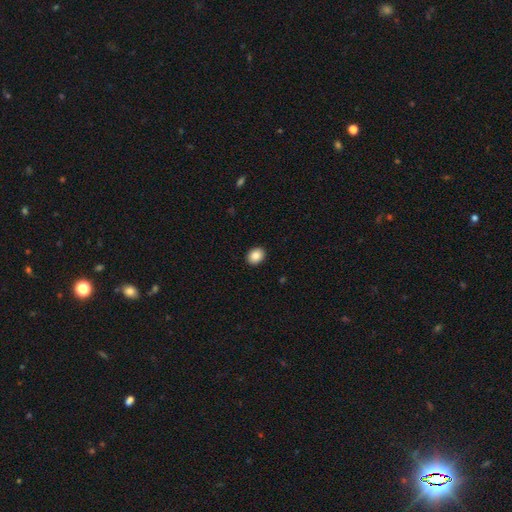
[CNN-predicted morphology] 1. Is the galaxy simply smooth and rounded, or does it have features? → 88% smooth, 8% star or artifact, 4% featured or disk.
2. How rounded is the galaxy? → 53% in between, 46% round, 1% cigar-shaped.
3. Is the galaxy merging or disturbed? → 91% none, 6% minor disturbance, 2% major disturbance, 1% merger.